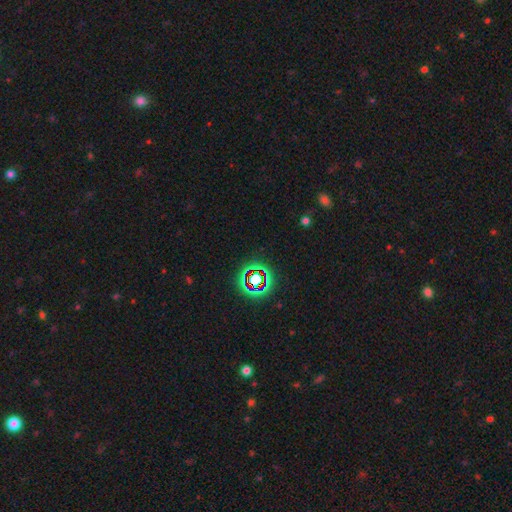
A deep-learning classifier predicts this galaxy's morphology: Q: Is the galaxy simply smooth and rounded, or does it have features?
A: star or artifact — 50%.